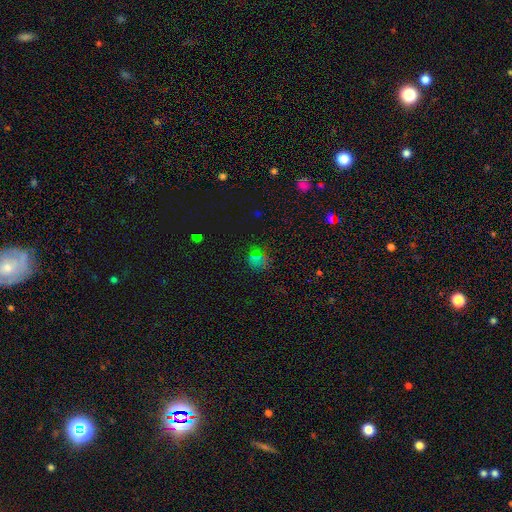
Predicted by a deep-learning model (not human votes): Morphology: type=smooth (48%); merging=none (72%).